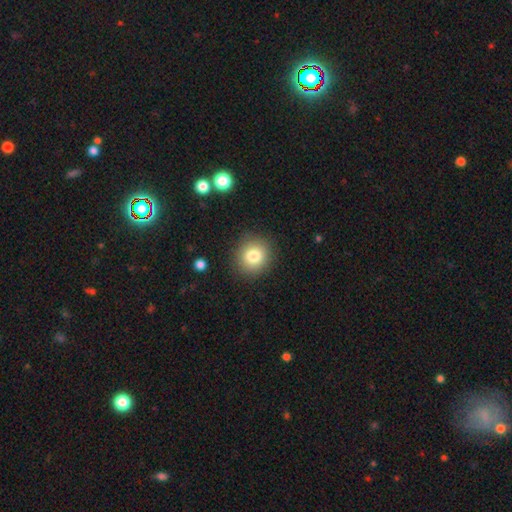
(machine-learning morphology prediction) Smooth or featured? Predicted: smooth (p=0.80). How rounded? Predicted: round (p=0.87). Merging? Predicted: none (p=0.91).